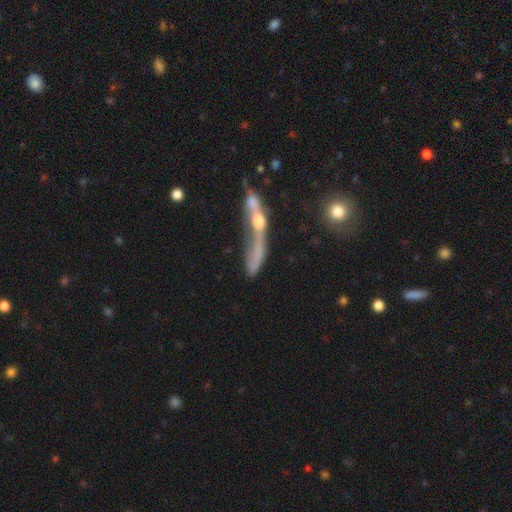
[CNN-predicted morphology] smooth-or-featured: featured or disk: 50% | smooth: 38% | star or artifact: 12%
  disk-edge-on: no: 52% | yes: 48%
  merging: merger: 42% | major disturbance: 27% | none: 19% | minor disturbance: 12%